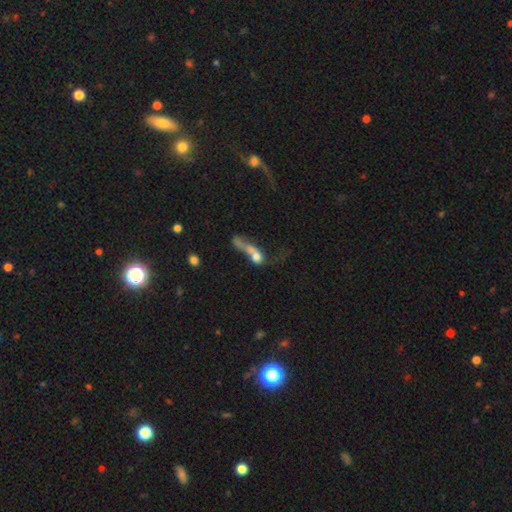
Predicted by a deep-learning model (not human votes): Overall: smooth (56%; featured or disk 32%). How rounded: in between (42%; round 31%). Merging: merger (53%; major disturbance 24%).